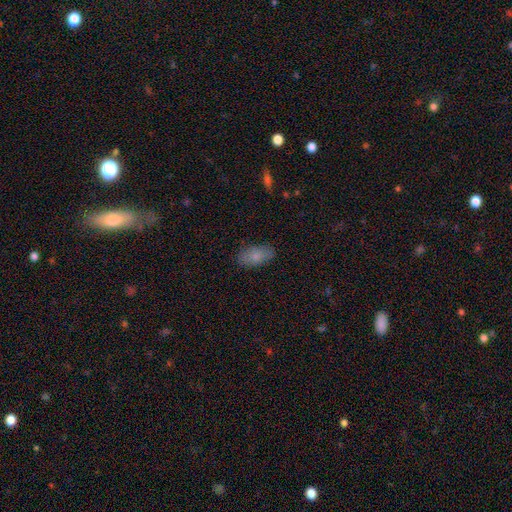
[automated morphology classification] Smooth or featured? Predicted: smooth (p=0.82). How rounded? Predicted: in between (p=0.90). Merging? Predicted: none (p=0.83).